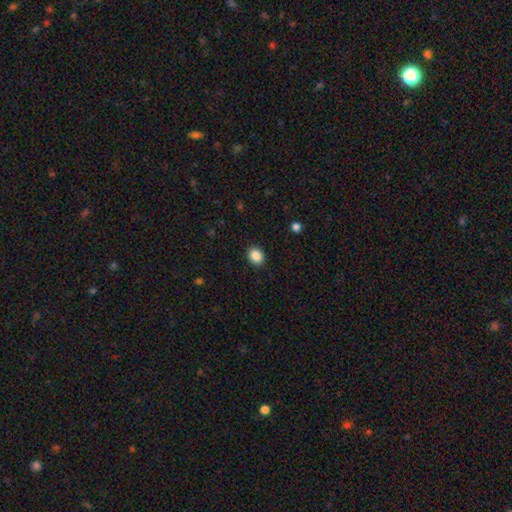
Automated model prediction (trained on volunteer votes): A smooth galaxy with no disk features (88%) that is in between round and cigar-shaped (53%).

Vote fractions:
- Smooth or featured? smooth: 88% / star or artifact: 9% / featured or disk: 3%
- How rounded? in between: 53% / round: 46% / cigar-shaped: 1%
- Merging? none: 90% / minor disturbance: 7% / major disturbance: 2% / merger: 1%